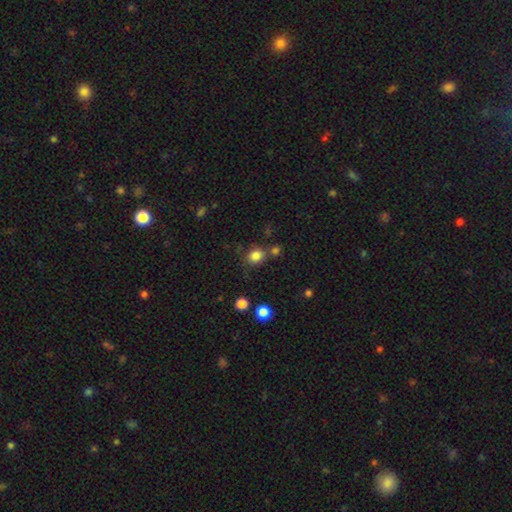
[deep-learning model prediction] Overall: smooth (82%). How rounded: round (70%). Merging: none (70%).